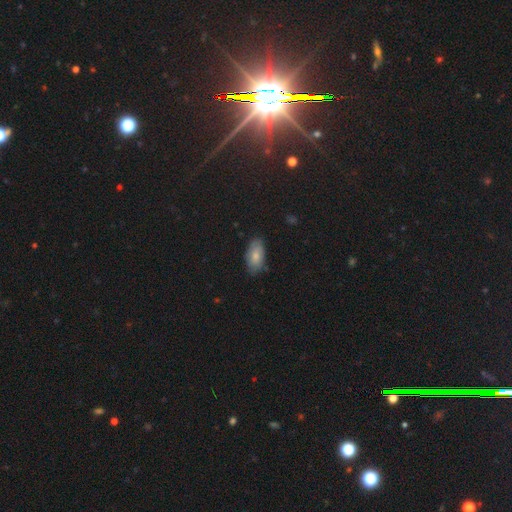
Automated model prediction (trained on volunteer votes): A smooth galaxy with no disk features (78%) that is in between round and cigar-shaped (93%). Merging: none (76%).